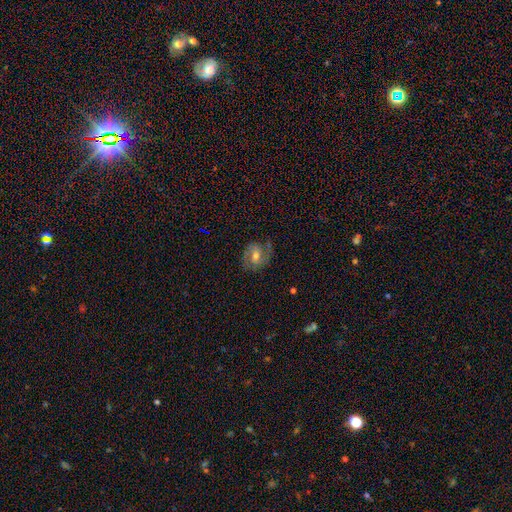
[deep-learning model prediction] featured or disk 68%, smooth 24%, star or artifact 8%. Down the decision tree: edge-on disk — no (97%); bar — weak (51%); spiral arms — yes (89%); spiral arm count — 2 (83%); spiral winding — medium (51%); bulge size — moderate (64%); merging — none (72%).